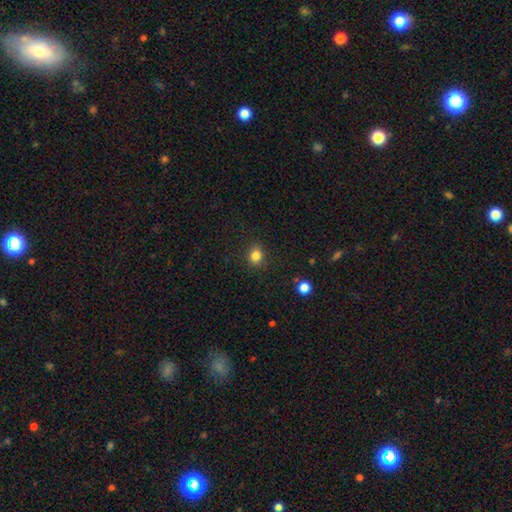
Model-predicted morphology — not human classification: Smooth or featured?
  - smooth: 83% *
  - star or artifact: 12%
  - featured or disk: 5%
How rounded?
  - round: 76% *
  - in between: 23%
  - cigar-shaped: 1%
Merging?
  - none: 89% *
  - minor disturbance: 8%
  - major disturbance: 2%
  - merger: 1%